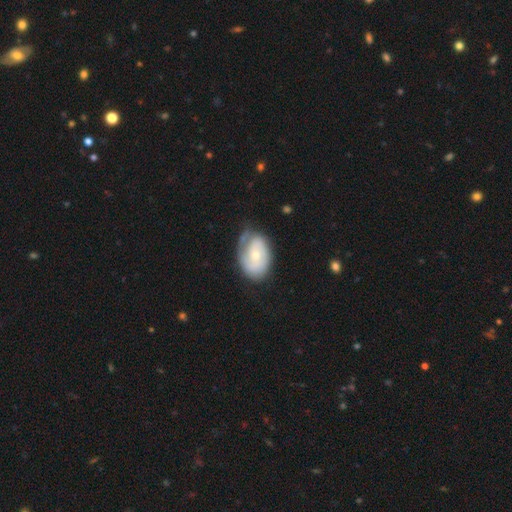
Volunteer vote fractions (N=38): Q: Smooth or featured?
A: featured or disk (61%); runner-up: smooth (37%)
Q: Edge-on disk?
A: no (96%); runner-up: yes (4%)
Q: Bar?
A: no (64%); runner-up: weak (36%)
Q: Spiral arms?
A: yes (68%); runner-up: no (32%)
Q: Spiral winding?
A: tight (67%); runner-up: medium (27%)
Q: Spiral arm count?
A: 2 (53%); runner-up: can't tell (27%)
Q: Bulge size?
A: small (68%); runner-up: moderate (27%)
Q: Merging?
A: none (59%); runner-up: minor disturbance (32%)